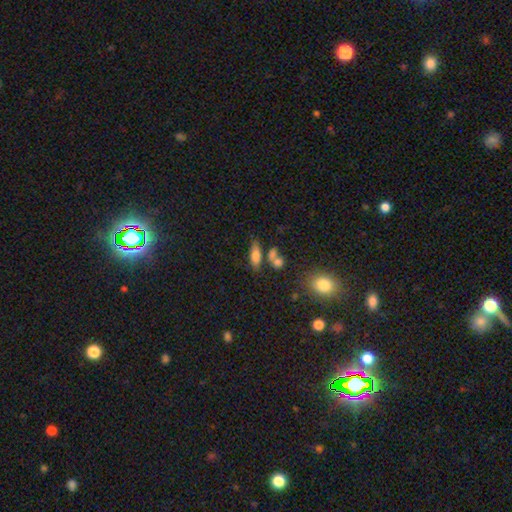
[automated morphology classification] A smooth galaxy with no disk features (75%) that is in between round and cigar-shaped (64%). Merging: none (56%).